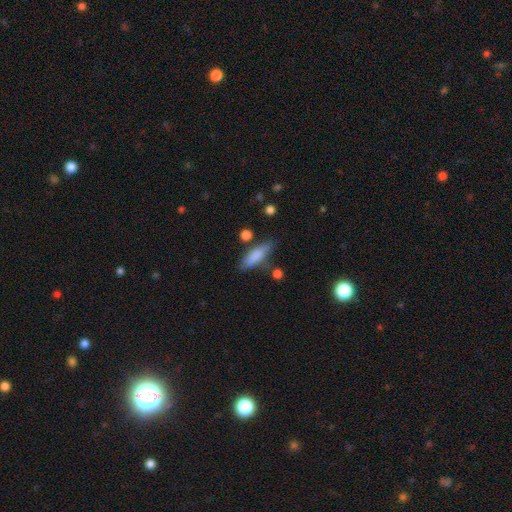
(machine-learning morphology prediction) Smooth or featured: smooth — 81% (featured or disk — 12%)
How rounded: in between — 55% (cigar-shaped — 42%)
Merging: none — 70% (minor disturbance — 20%)